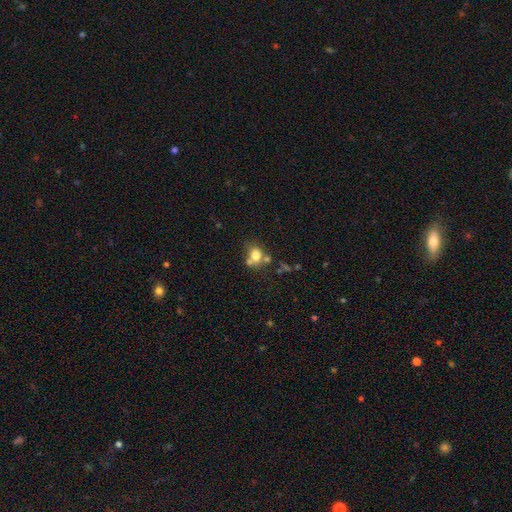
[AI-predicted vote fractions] Smooth or featured? Predicted: smooth (p=0.73). How rounded? Predicted: round (p=0.54). Merging? Predicted: none (p=0.44).